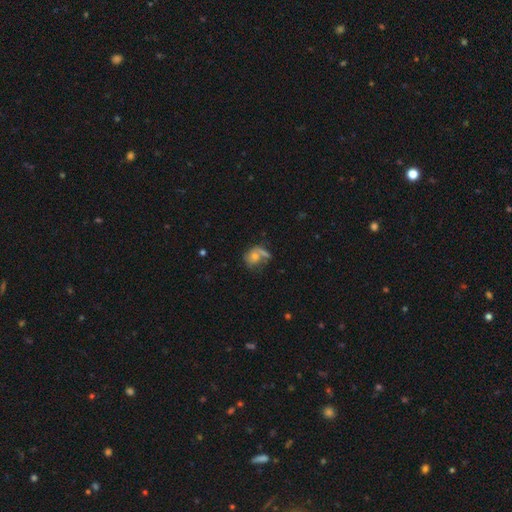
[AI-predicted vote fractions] Smooth or featured? smooth (49%)
Merging? none (38%)